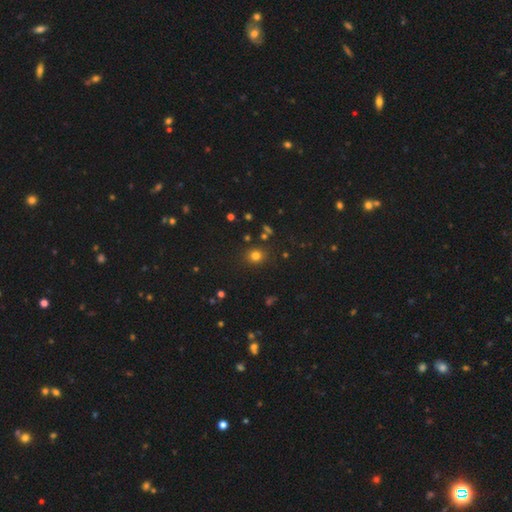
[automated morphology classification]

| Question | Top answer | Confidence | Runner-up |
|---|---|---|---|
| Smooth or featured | smooth | 76% | star or artifact (18%) |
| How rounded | round | 81% | in between (18%) |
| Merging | none | 86% | minor disturbance (8%) |